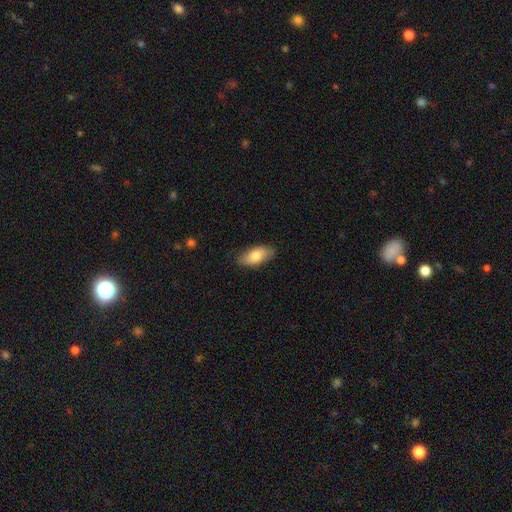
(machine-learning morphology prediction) smooth-or-featured: smooth: 77% | featured or disk: 17% | star or artifact: 6%
  how-rounded: in between: 90% | cigar-shaped: 6% | round: 3%
  merging: none: 85% | minor disturbance: 12% | major disturbance: 2% | merger: 1%